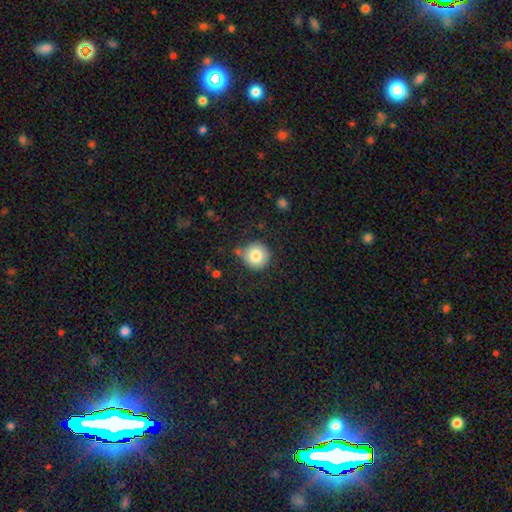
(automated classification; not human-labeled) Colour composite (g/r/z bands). It shows a smooth galaxy with no disk features (82%) that is round (94%). Merging: none (74%).